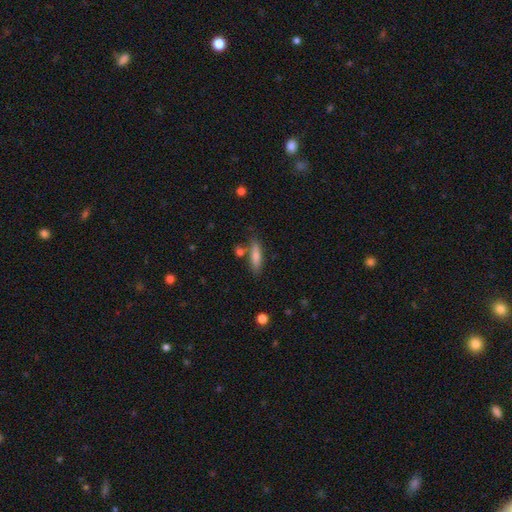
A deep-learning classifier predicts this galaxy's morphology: This is likely a smooth galaxy (78%). How rounded: likely cigar-shaped (69%). Merging: likely none (76%).